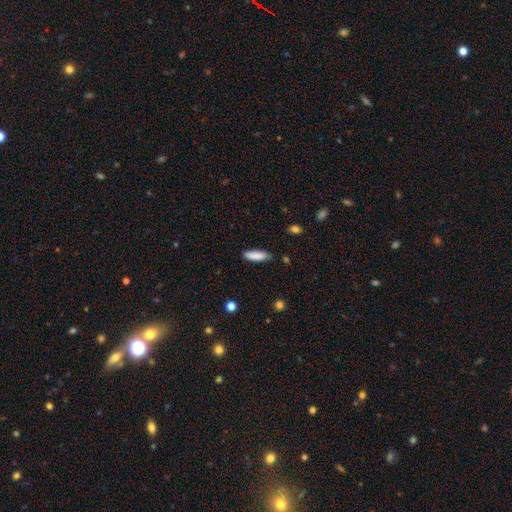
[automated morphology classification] This appears to be a smooth galaxy with no disk features (87%) that is cigar-shaped (55%). Merging: none (84%).